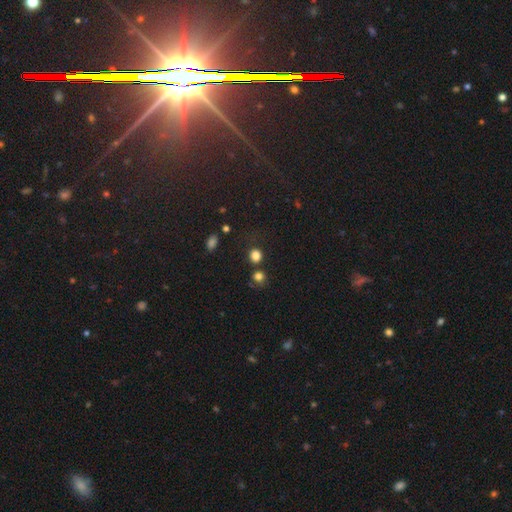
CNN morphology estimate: Q: Smooth or featured?
A: smooth (81%); runner-up: star or artifact (15%)
Q: How rounded?
A: round (81%); runner-up: in between (18%)
Q: Merging?
A: none (73%); runner-up: minor disturbance (11%)